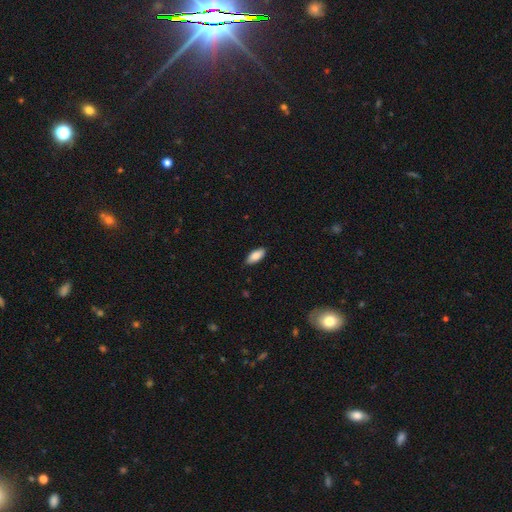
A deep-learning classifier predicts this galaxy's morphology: The model was most divided on "how rounded": in between: 83%, cigar-shaped: 15%, round: 2%. More confident: smooth or featured — smooth (85%); merging — none (83%).